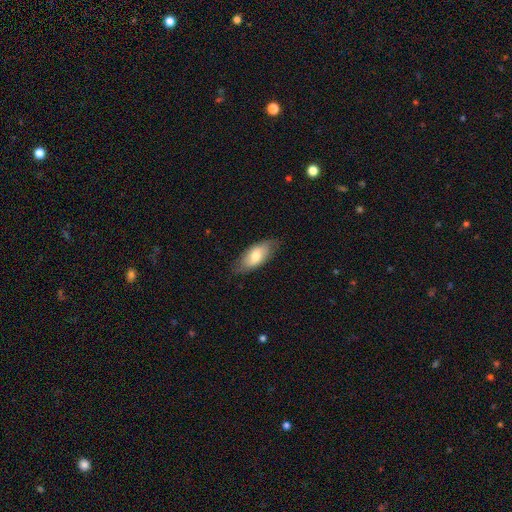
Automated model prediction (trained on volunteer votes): Smooth or featured? smooth (68%)
How rounded? in between (88%)
Merging? none (76%)